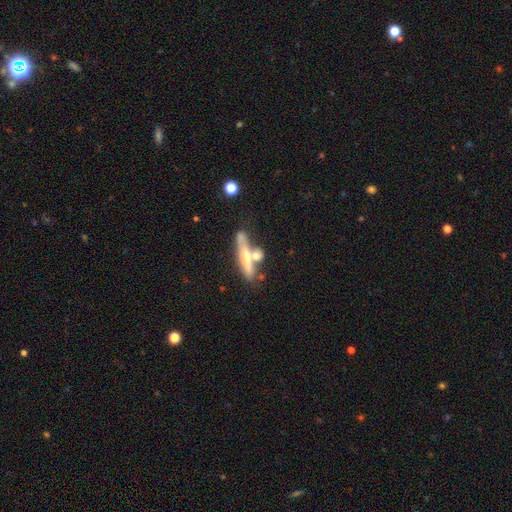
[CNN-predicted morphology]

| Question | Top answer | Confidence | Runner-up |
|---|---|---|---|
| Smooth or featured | featured or disk | 47% | smooth (45%) |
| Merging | none | 40% | merger (39%) |